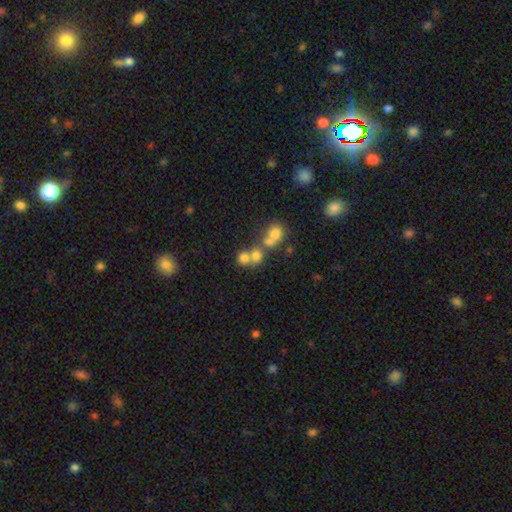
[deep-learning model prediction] Overall: smooth (69%). How rounded: round (79%). Merging: merger (52%; none 38%).